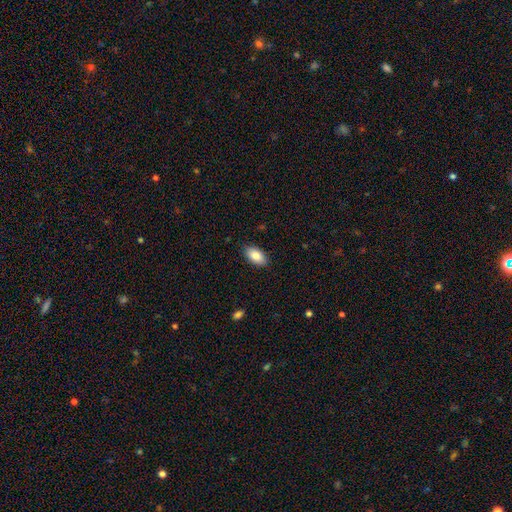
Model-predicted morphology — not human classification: A smooth galaxy with no disk features (85%) that is in between round and cigar-shaped (94%).

Vote fractions:
- Smooth or featured? smooth: 85% / featured or disk: 9% / star or artifact: 7%
- How rounded? in between: 94% / round: 3% / cigar-shaped: 3%
- Merging? none: 88% / minor disturbance: 9% / major disturbance: 2% / merger: 1%